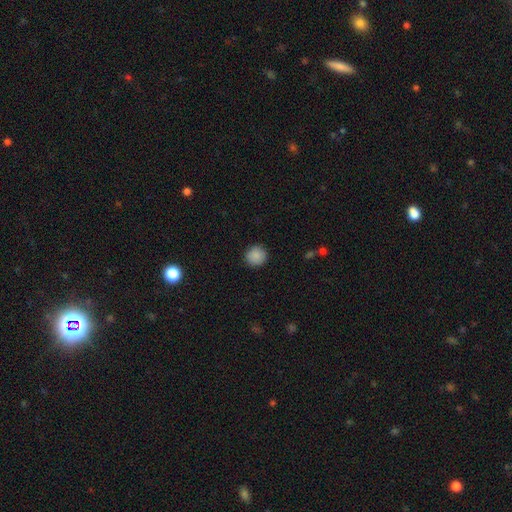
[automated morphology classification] A smooth galaxy with no disk features (88%) that is round (92%). Merging: none (91%).